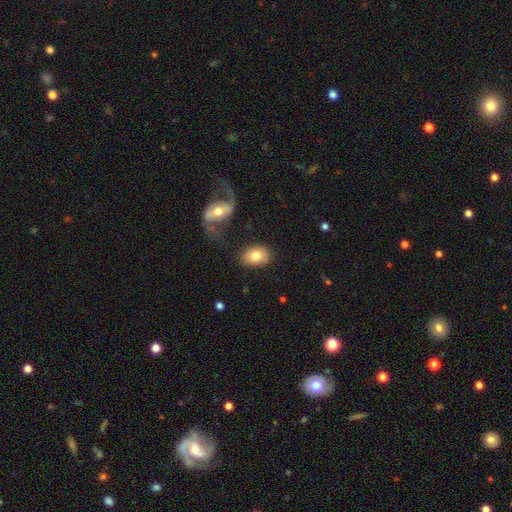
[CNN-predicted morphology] This appears to be a smooth galaxy with no disk features (77%) that is in between round and cigar-shaped (80%). Merging: none (80%).